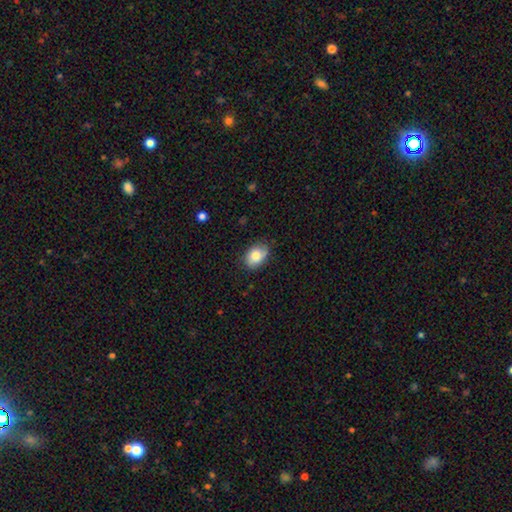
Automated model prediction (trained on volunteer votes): Smooth or featured?
  - smooth: 80% *
  - featured or disk: 12%
  - star or artifact: 8%
How rounded?
  - in between: 79% *
  - round: 20%
  - cigar-shaped: 1%
Merging?
  - none: 76% *
  - minor disturbance: 20%
  - major disturbance: 3%
  - merger: 1%